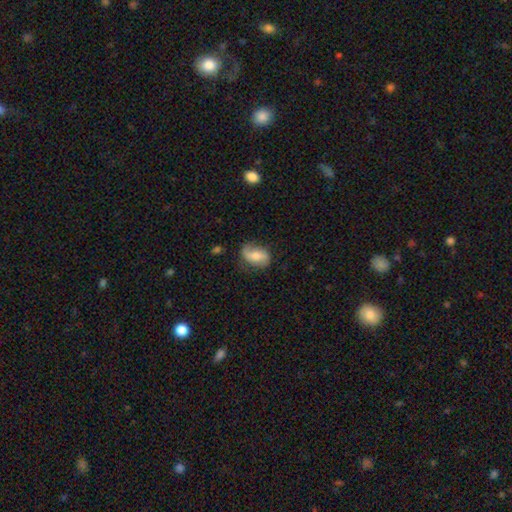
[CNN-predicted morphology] This is possibly a featured or disk galaxy (51%). It is clearly not viewed edge-on (95%). Merging: likely none (66%).